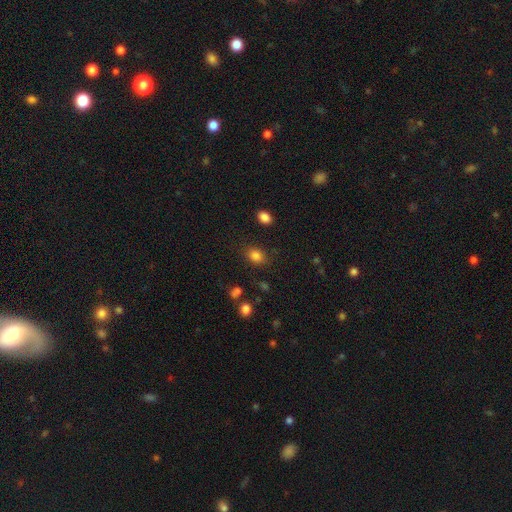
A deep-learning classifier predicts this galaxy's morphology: smooth-or-featured: smooth: 84% | star or artifact: 11% | featured or disk: 5%
  how-rounded: in between: 65% | round: 34% | cigar-shaped: 1%
  merging: none: 81% | minor disturbance: 12% | major disturbance: 4% | merger: 2%